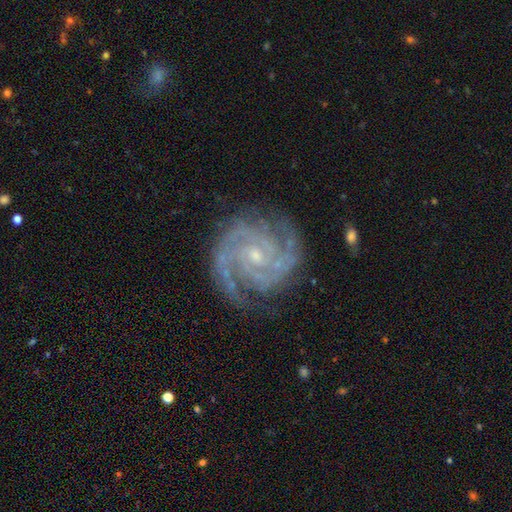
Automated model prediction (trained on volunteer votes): This appears to be a featured or disk galaxy (92%) with no bar (62%), 2 (42%) tight (70%) spiral arms (99%) and a small central bulge (72%). Merging: none (78%).